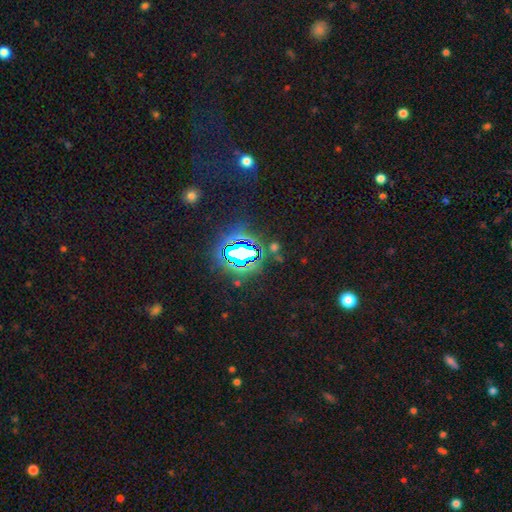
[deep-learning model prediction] smooth-or-featured: star or artifact: 81% | smooth: 12% | featured or disk: 7%